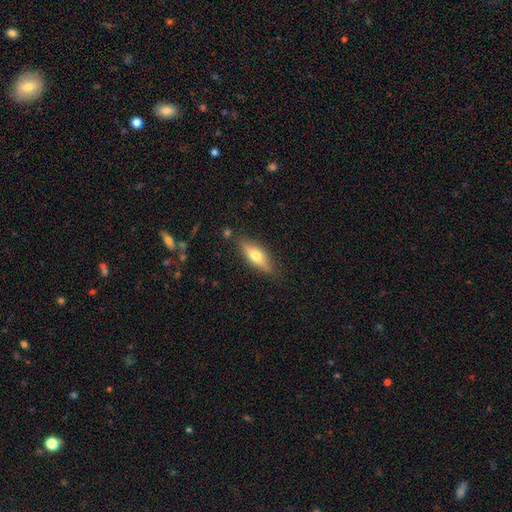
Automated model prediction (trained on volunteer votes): Smooth or featured? smooth (50%)
How rounded? in between (49%, tied with cigar-shaped)
Merging? none (82%)